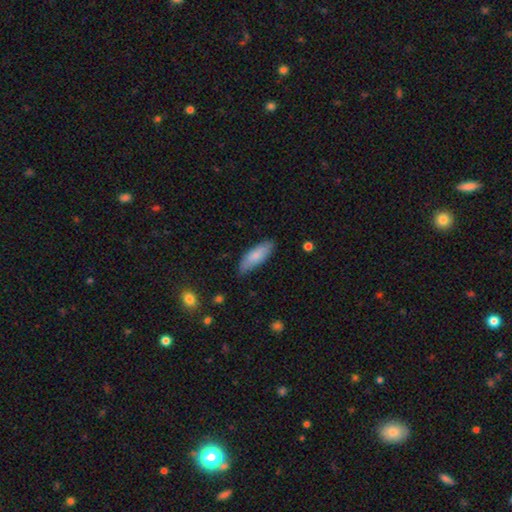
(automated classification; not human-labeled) Smooth or featured?
  - smooth: 82% *
  - featured or disk: 12%
  - star or artifact: 5%
How rounded?
  - in between: 64% *
  - cigar-shaped: 35%
  - round: 2%
Merging?
  - none: 80% *
  - minor disturbance: 16%
  - major disturbance: 3%
  - merger: 1%